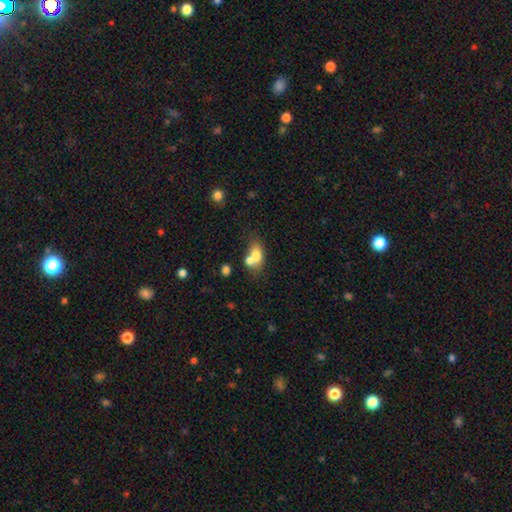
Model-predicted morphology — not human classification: A smooth galaxy with no disk features (71%) that is in between round and cigar-shaped (76%). Merging: merger (46%).